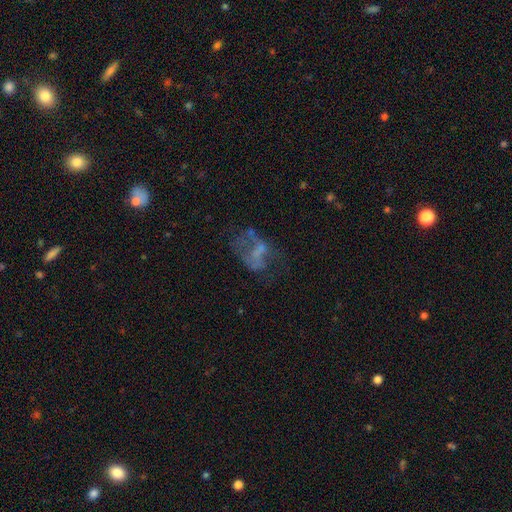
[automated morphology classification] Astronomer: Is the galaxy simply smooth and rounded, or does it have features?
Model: featured or disk — 53% (runner-up: smooth, 28%).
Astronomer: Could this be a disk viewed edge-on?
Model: no — 97%.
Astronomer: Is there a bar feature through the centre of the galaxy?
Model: no — 76%.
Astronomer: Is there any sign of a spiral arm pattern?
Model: no — 82%.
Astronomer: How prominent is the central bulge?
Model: none — 65%.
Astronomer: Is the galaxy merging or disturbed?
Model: none — 39% (runner-up: major disturbance, 36%).